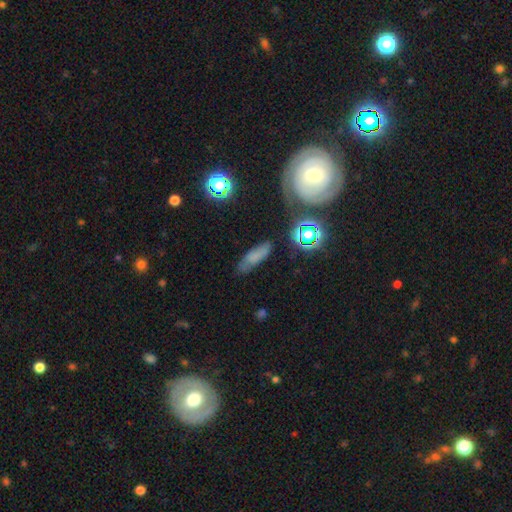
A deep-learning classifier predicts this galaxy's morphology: Smooth or featured? smooth (58%)
How rounded? in between (53%)
Merging? none (70%)